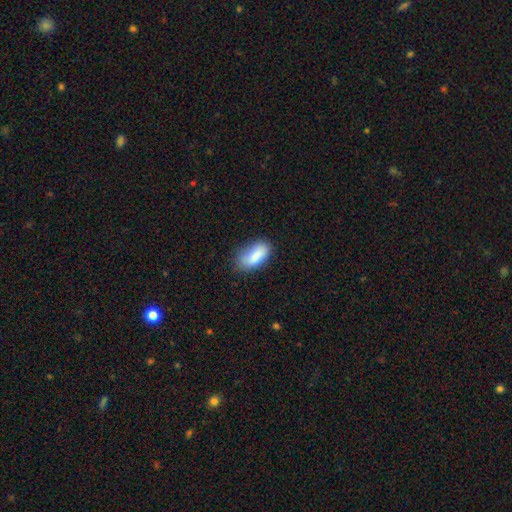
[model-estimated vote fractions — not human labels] Smooth or featured?
  - smooth: 84% *
  - featured or disk: 9%
  - star or artifact: 7%
How rounded?
  - in between: 89% *
  - cigar-shaped: 8%
  - round: 3%
Merging?
  - none: 62% *
  - minor disturbance: 28%
  - major disturbance: 8%
  - merger: 2%